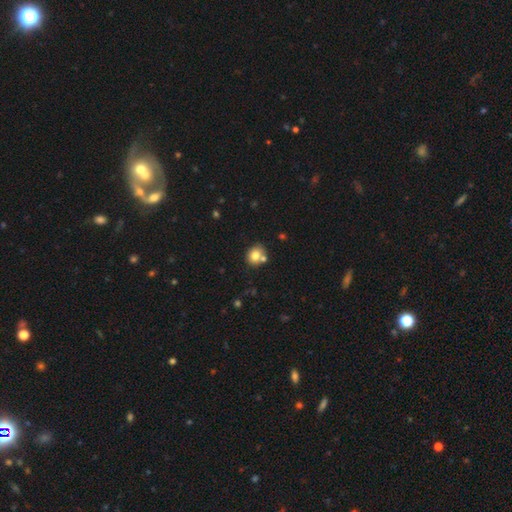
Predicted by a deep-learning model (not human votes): The model was most divided on "merging": none: 63%, merger: 23%, minor disturbance: 11%, major disturbance: 3%. More confident: smooth or featured — smooth (78%); how rounded — round (72%).